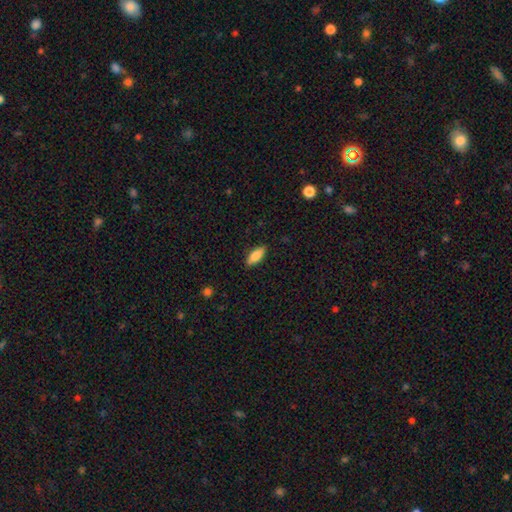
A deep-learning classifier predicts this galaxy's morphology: type=smooth (86%); roundness=in between (77%); merging=none (87%).